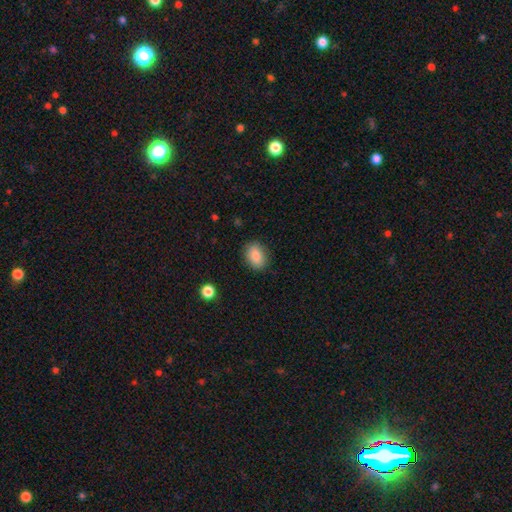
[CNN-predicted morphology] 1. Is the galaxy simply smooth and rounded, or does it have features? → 84% smooth, 8% star or artifact, 8% featured or disk.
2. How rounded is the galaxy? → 76% in between, 23% round, 1% cigar-shaped.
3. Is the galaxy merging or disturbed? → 87% none, 9% minor disturbance, 2% major disturbance, 1% merger.